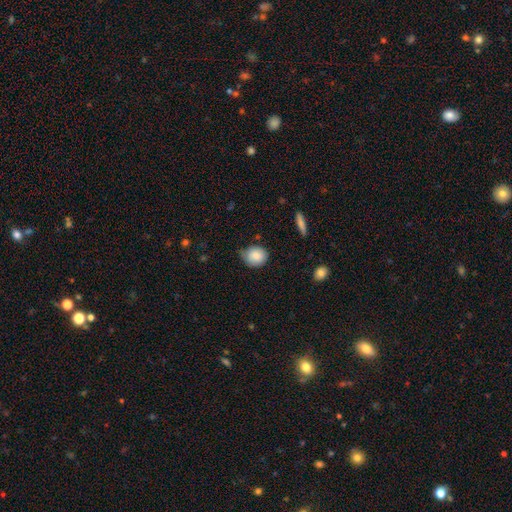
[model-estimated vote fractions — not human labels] smooth-or-featured: smooth: 85% | star or artifact: 7% | featured or disk: 7%
  how-rounded: round: 69% | in between: 30% | cigar-shaped: 1%
  merging: none: 57% | minor disturbance: 36% | major disturbance: 6% | merger: 2%